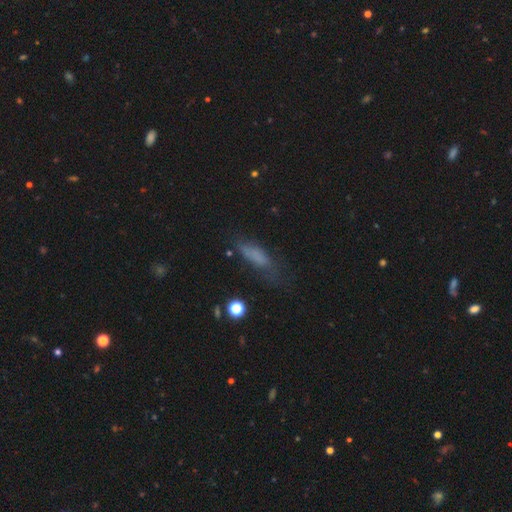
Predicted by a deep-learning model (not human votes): Smooth or featured? smooth (65%)
How rounded? cigar-shaped (51%)
Merging? none (51%)